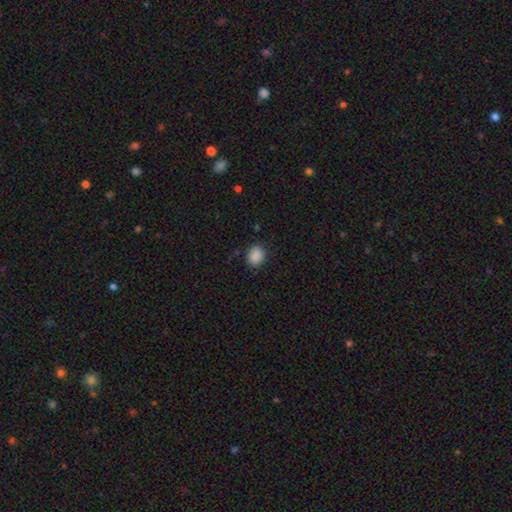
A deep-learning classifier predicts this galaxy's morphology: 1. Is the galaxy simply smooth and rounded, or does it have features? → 88% smooth, 9% star or artifact, 3% featured or disk.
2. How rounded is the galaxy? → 52% in between, 47% round, 1% cigar-shaped.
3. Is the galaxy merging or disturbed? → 86% none, 10% minor disturbance, 3% major disturbance, 1% merger.